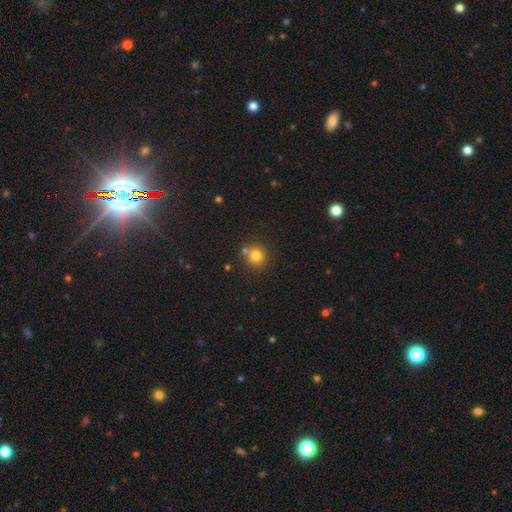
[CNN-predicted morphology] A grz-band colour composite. It shows a smooth galaxy with no disk features (80%) that is round (90%). Merging: none (74%).